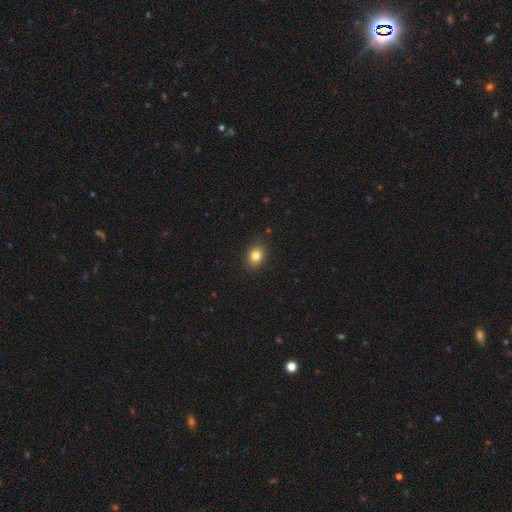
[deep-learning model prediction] Smooth or featured? Predicted: smooth (p=0.84). How rounded? Predicted: in between (p=0.57). Merging? Predicted: none (p=0.88).